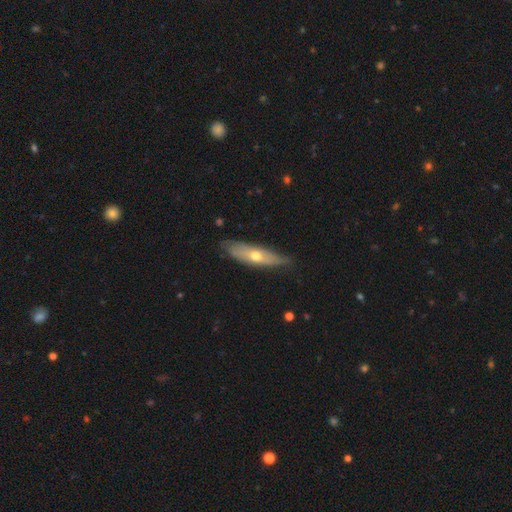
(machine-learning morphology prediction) Smooth or featured?
  - featured or disk: 52% *
  - smooth: 42%
  - star or artifact: 6%
Edge-on disk?
  - yes: 63% *
  - no: 37%
Merging?
  - none: 75% *
  - minor disturbance: 20%
  - major disturbance: 3%
  - merger: 1%